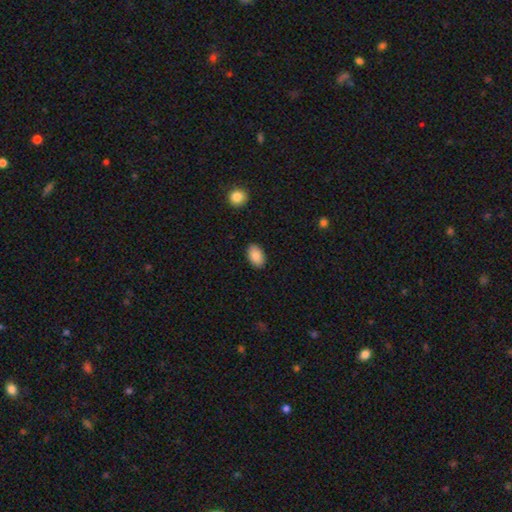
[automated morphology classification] This appears to be a smooth galaxy with no disk features (88%) that is in between round and cigar-shaped (91%). Merging: none (88%).